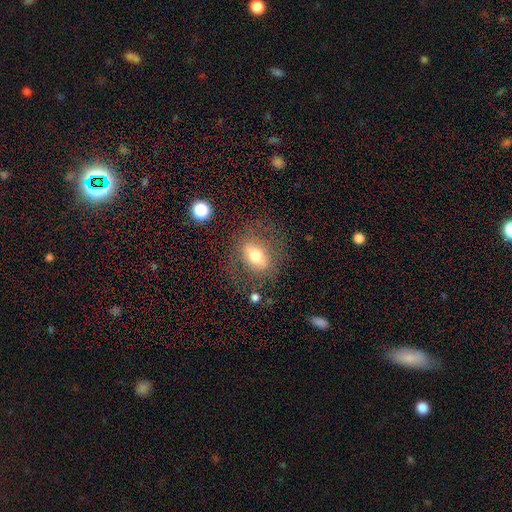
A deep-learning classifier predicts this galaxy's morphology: Smooth or featured? smooth (54%)
How rounded? in between (67%)
Merging? none (70%)